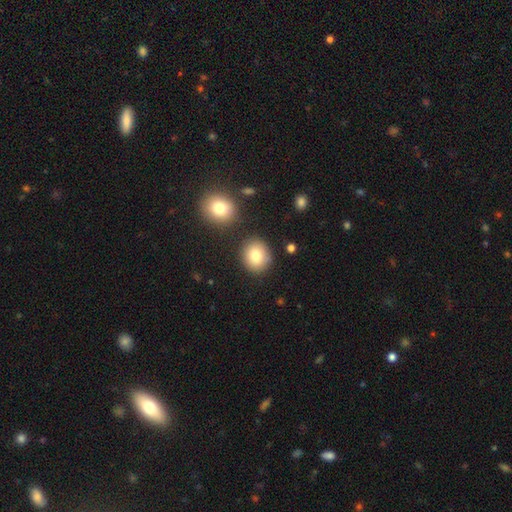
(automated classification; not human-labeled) smooth-or-featured: smooth: 81% | star or artifact: 10% | featured or disk: 10%
  how-rounded: round: 79% | in between: 20% | cigar-shaped: 1%
  merging: none: 84% | minor disturbance: 8% | merger: 5% | major disturbance: 3%